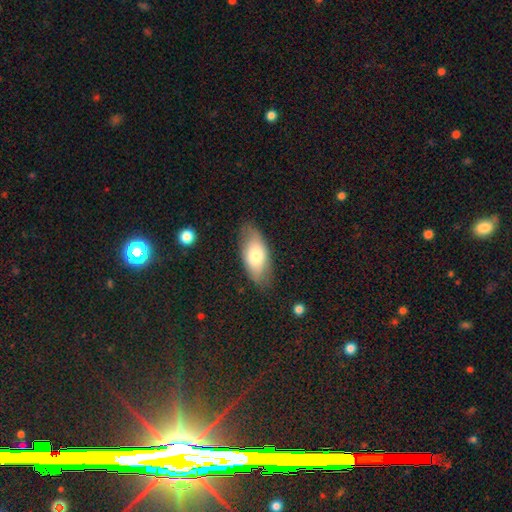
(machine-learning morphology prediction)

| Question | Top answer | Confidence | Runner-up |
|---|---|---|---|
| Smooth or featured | smooth | 70% | featured or disk (23%) |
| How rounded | in between | 89% | cigar-shaped (8%) |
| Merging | none | 74% | minor disturbance (19%) |